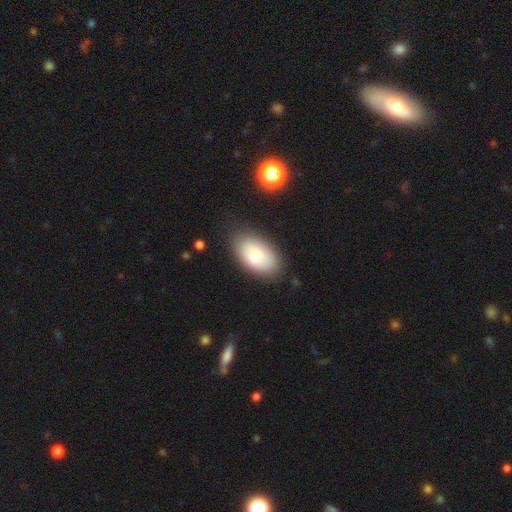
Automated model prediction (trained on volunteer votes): smooth 74%, featured or disk 19%, star or artifact 7%. Down the decision tree: how rounded — in between (92%); merging — none (82%).